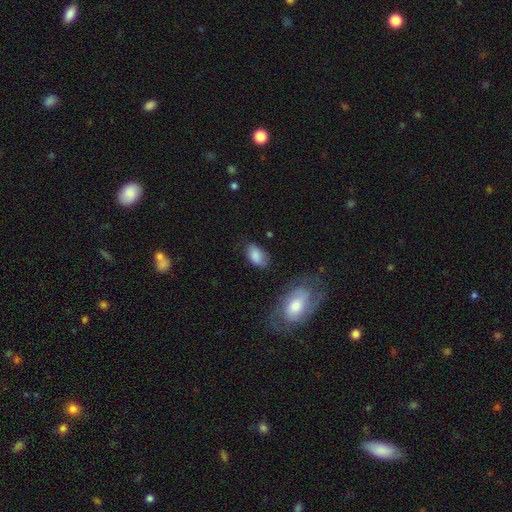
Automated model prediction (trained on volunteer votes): Q: Smooth or featured?
A: smooth (84%); runner-up: featured or disk (9%)
Q: How rounded?
A: in between (93%); runner-up: round (5%)
Q: Merging?
A: none (70%); runner-up: minor disturbance (22%)